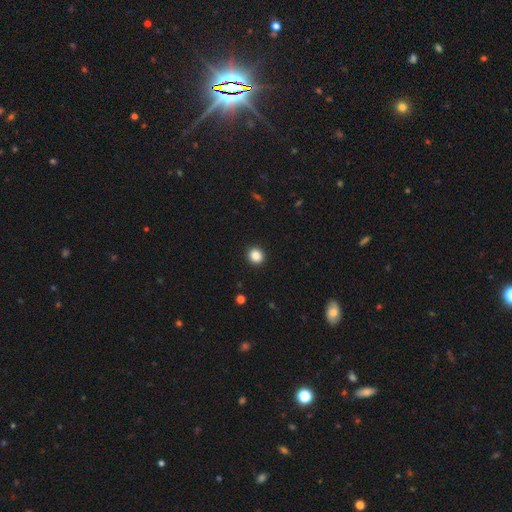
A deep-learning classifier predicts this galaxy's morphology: This appears to be a smooth galaxy with no disk features (87%) that is round (87%). Merging: none (93%).